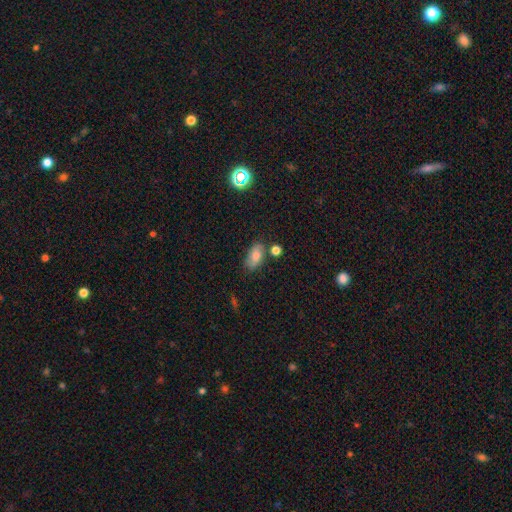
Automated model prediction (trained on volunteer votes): smooth_or_featured: smooth (p=0.70) [alt: featured or disk p=0.17]
how_rounded: in between (p=0.88) [alt: round p=0.08]
merging: none (p=0.69) [alt: minor disturbance p=0.19]